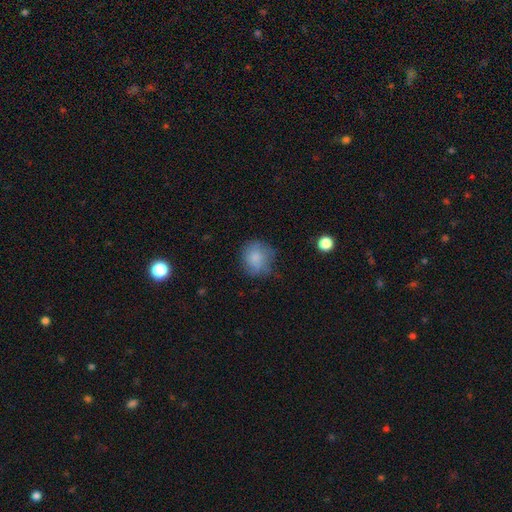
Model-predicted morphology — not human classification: A smooth galaxy with no disk features (77%) that is round (79%).

Vote fractions:
- Smooth or featured? smooth: 77% / featured or disk: 14% / star or artifact: 9%
- How rounded? round: 79% / in between: 20% / cigar-shaped: 1%
- Merging? none: 59% / minor disturbance: 28% / major disturbance: 11% / merger: 2%